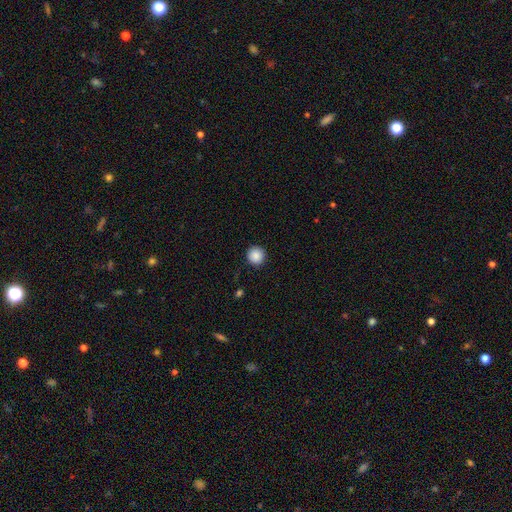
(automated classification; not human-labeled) This is clearly a smooth galaxy (88%). How rounded: clearly round (95%). Merging: clearly none (92%).